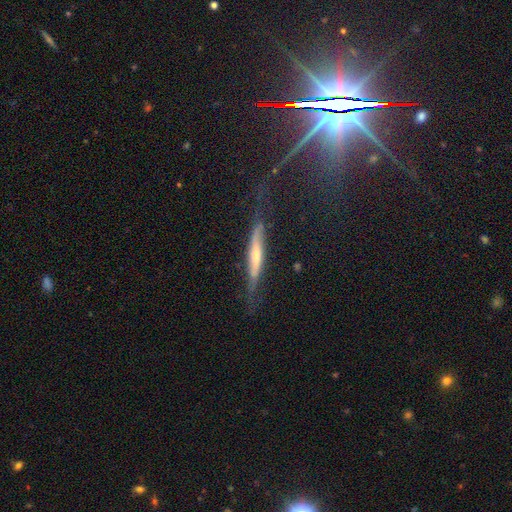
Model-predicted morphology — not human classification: Smooth or featured? Predicted: featured or disk (p=0.63). Edge-on disk? Predicted: yes (p=0.89). Edge-on bulge? Predicted: rounded (p=0.64). Merging? Predicted: none (p=0.70).